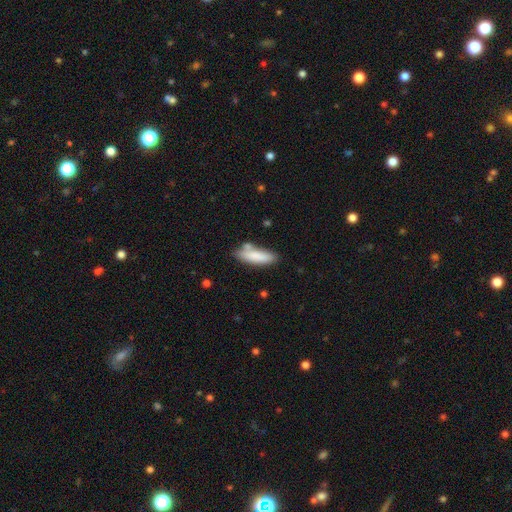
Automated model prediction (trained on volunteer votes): A smooth galaxy with no disk features (82%) that is cigar-shaped (52%).

Vote fractions:
- Smooth or featured? smooth: 82% / featured or disk: 12% / star or artifact: 6%
- How rounded? cigar-shaped: 52% / in between: 46% / round: 2%
- Merging? none: 65% / minor disturbance: 19% / merger: 12% / major disturbance: 5%